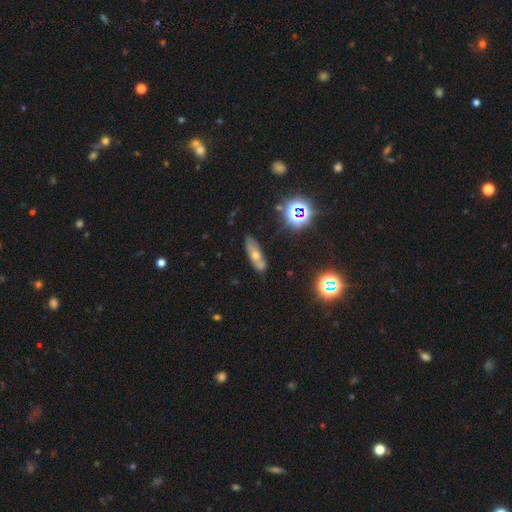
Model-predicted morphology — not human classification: The model was most divided on "smooth or featured": smooth: 45%, featured or disk: 37%, star or artifact: 18%. More confident: merging — none (63%).